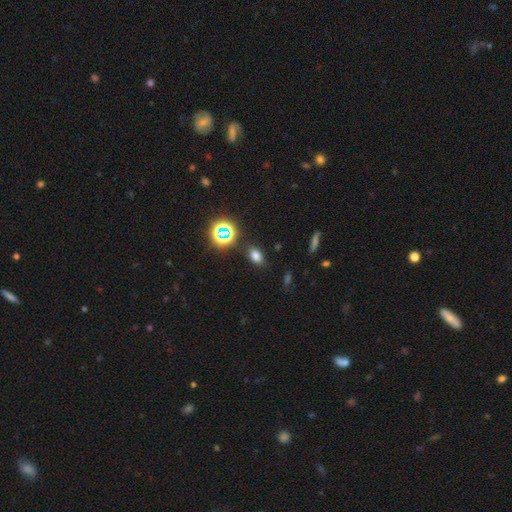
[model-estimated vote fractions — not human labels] Overall: smooth (71%). How rounded: in between (81%). Merging: none (84%).